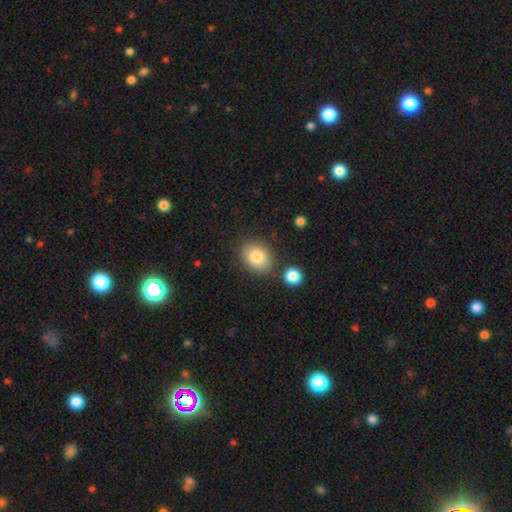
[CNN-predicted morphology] type=smooth (83%); roundness=in between (67%); merging=none (77%).